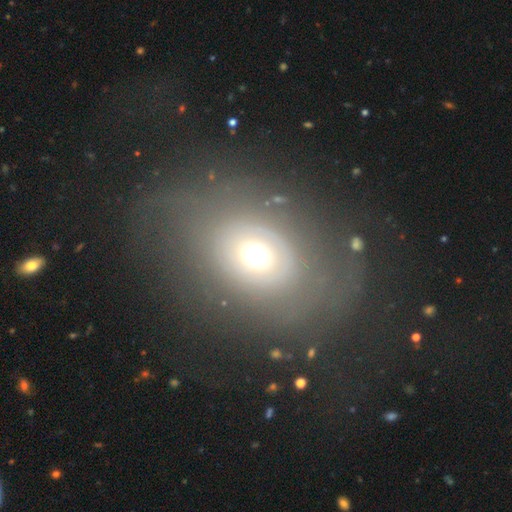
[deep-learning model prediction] The model was most divided on "how rounded": in between: 57%, round: 41%, cigar-shaped: 1%. More confident: merging — none (68%); smooth or featured — smooth (52%).